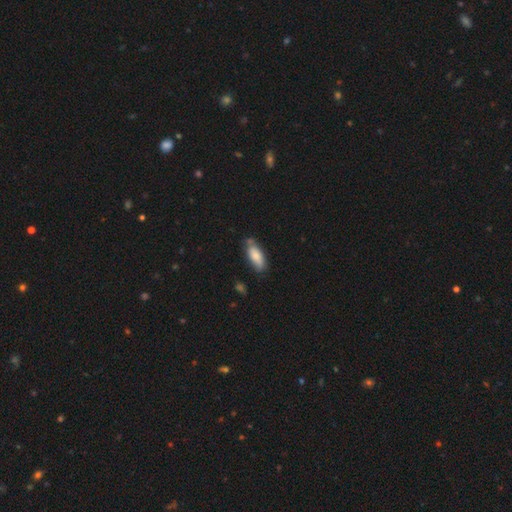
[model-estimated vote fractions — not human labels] Q: Smooth or featured?
A: smooth (78%); runner-up: featured or disk (15%)
Q: How rounded?
A: in between (79%); runner-up: cigar-shaped (19%)
Q: Merging?
A: none (63%); runner-up: minor disturbance (26%)